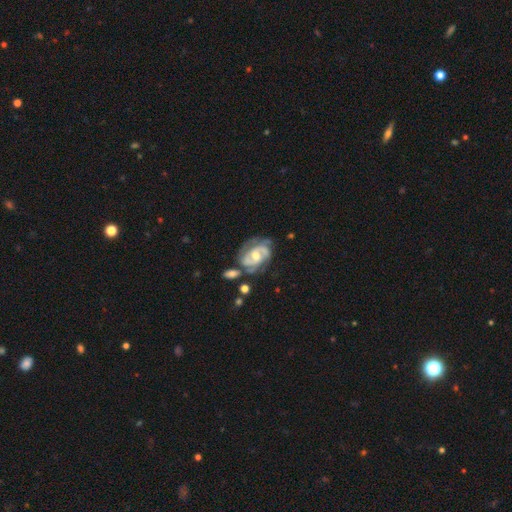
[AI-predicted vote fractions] Smooth or featured: featured or disk — 85% (smooth — 9%)
Edge-on disk: no — 97% (yes — 3%)
Bar: no — 48% (weak — 40%)
Spiral arms: yes — 95% (no — 5%)
Spiral winding: tight — 48% (medium — 41%)
Spiral arm count: 2 — 60% (3 — 16%)
Bulge size: moderate — 65% (small — 27%)
Merging: none — 57% (minor disturbance — 21%)